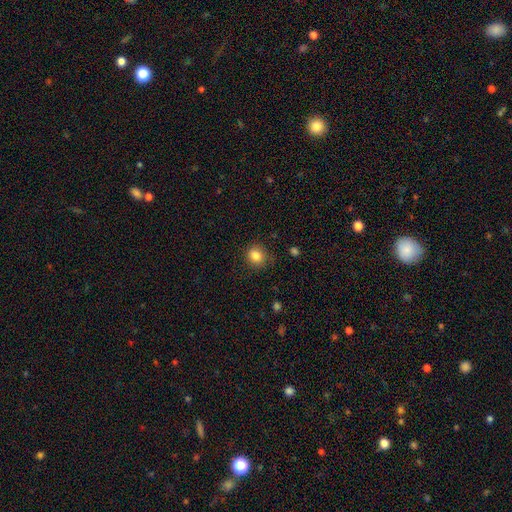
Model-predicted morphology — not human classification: A smooth galaxy with no disk features (84%) that is round (78%). Merging: none (82%).